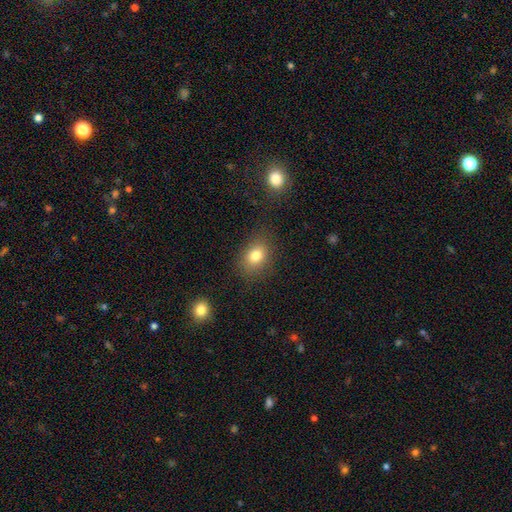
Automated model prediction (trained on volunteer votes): Smooth or featured: smooth — 80% (star or artifact — 12%)
How rounded: in between — 59% (round — 40%)
Merging: none — 82% (minor disturbance — 12%)